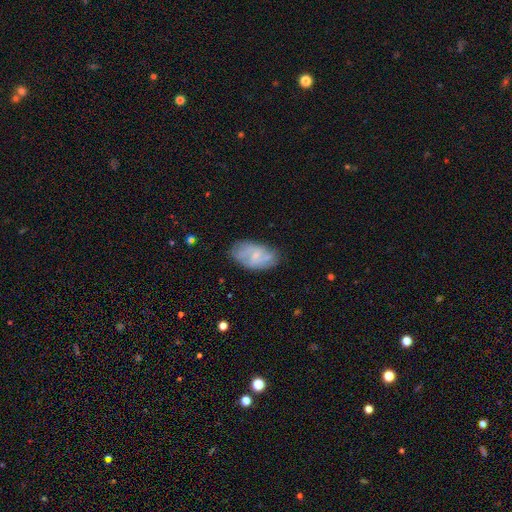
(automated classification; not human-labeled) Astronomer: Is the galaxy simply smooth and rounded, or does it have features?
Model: featured or disk — 54% (runner-up: smooth, 38%).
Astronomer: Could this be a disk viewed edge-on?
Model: no — 95%.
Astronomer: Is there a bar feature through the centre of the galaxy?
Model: weak — 47% (runner-up: no, 41%).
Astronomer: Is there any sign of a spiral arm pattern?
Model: yes — 70%.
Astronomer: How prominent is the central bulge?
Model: small — 65%.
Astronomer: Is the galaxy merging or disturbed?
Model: none — 67%.